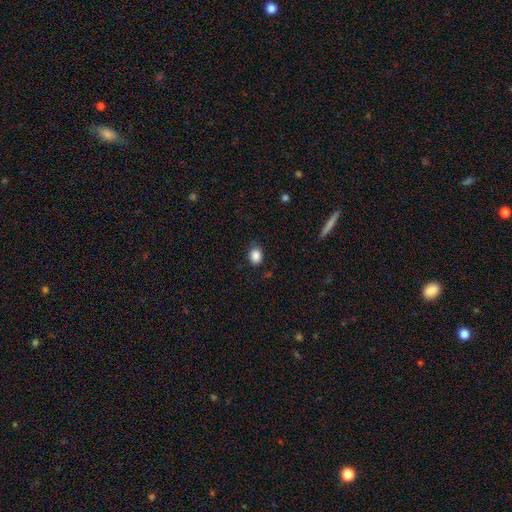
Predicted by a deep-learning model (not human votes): The model was most divided on "how rounded": in between: 51%, round: 48%, cigar-shaped: 1%. More confident: smooth or featured — smooth (87%); merging — none (80%).